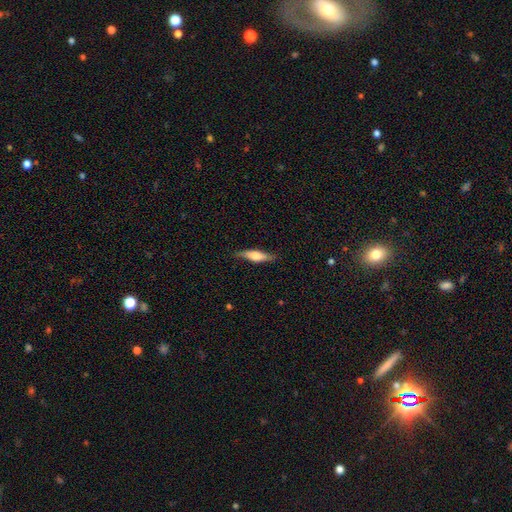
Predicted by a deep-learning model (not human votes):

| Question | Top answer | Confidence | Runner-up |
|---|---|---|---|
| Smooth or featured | smooth | 56% | featured or disk (38%) |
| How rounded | cigar-shaped | 67% | in between (31%) |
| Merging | none | 82% | minor disturbance (14%) |